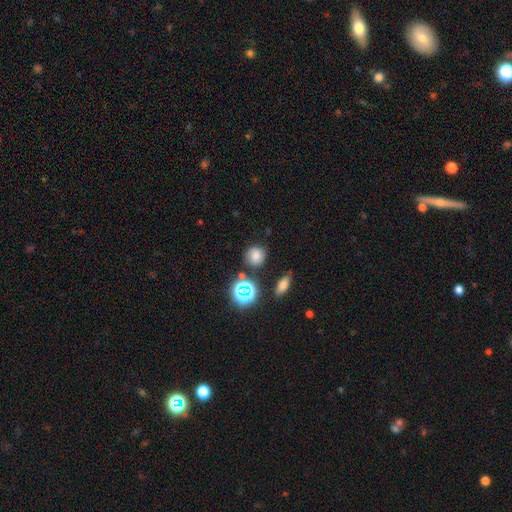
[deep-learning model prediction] Smooth or featured: smooth — 71% (star or artifact — 19%)
How rounded: round — 85% (in between — 14%)
Merging: none — 77% (minor disturbance — 13%)